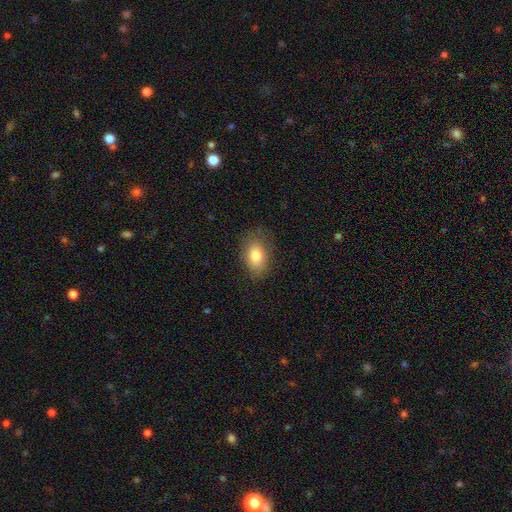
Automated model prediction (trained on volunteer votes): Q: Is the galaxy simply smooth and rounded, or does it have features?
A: smooth — 79%.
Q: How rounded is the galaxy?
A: in between — 83%.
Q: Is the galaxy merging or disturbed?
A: none — 79%.